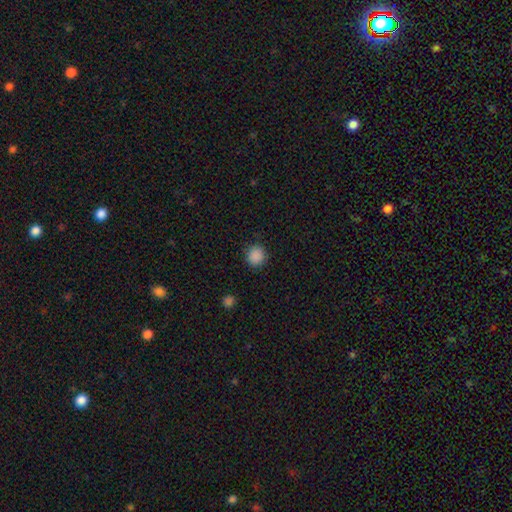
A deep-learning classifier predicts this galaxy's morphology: This appears to be a smooth galaxy with no disk features (88%) that is round (88%). Merging: none (89%).